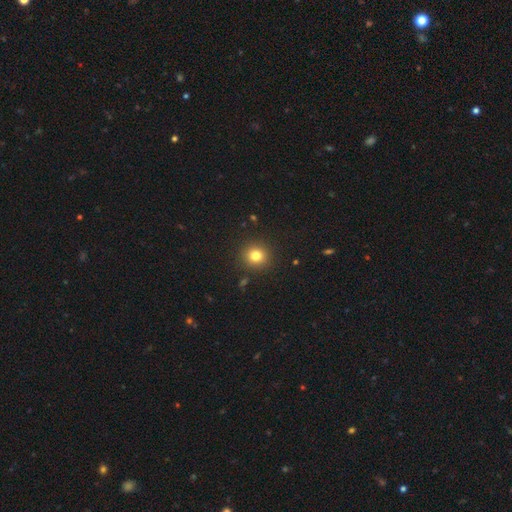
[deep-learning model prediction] smooth-or-featured: smooth: 80% | star or artifact: 13% | featured or disk: 7%
  how-rounded: round: 90% | in between: 9% | cigar-shaped: 1%
  merging: none: 90% | minor disturbance: 6% | major disturbance: 2% | merger: 1%